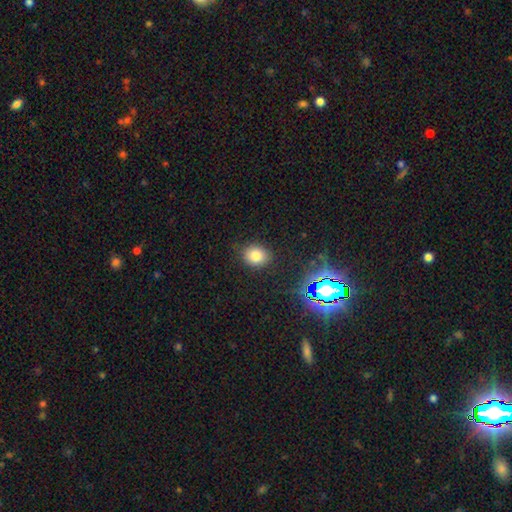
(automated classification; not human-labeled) The model was most divided on "how rounded": round: 57%, in between: 42%, cigar-shaped: 1%. More confident: merging — none (86%); smooth or featured — smooth (79%).